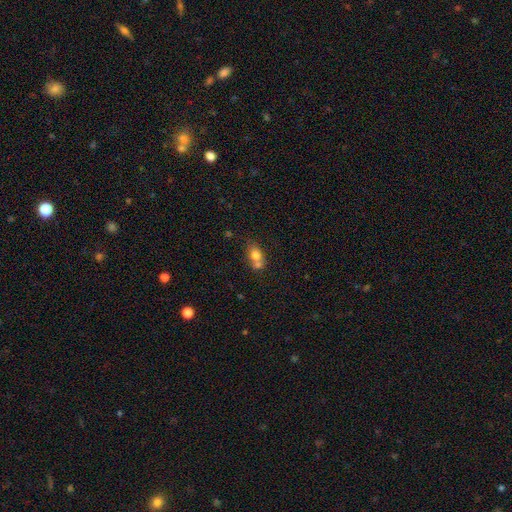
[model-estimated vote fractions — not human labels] A smooth galaxy with no disk features (74%) that is in between round and cigar-shaped (58%).

Vote fractions:
- Smooth or featured? smooth: 74% / featured or disk: 16% / star or artifact: 10%
- How rounded? in between: 58% / round: 40% / cigar-shaped: 2%
- Merging? merger: 53% / none: 34% / minor disturbance: 9% / major disturbance: 4%